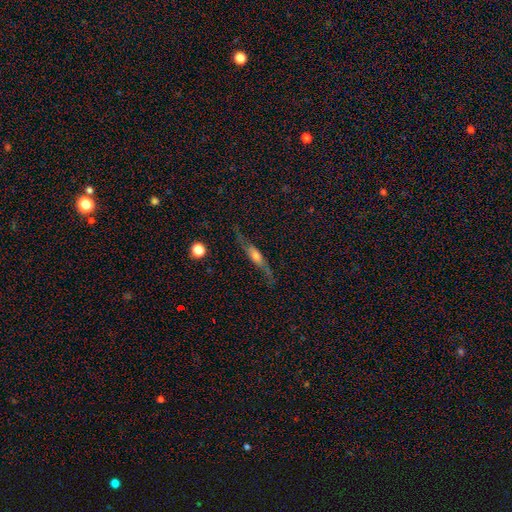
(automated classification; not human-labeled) Smooth or featured: featured or disk — 66% (smooth — 26%)
Edge-on disk: yes — 74% (no — 26%)
Merging: none — 72% (minor disturbance — 18%)